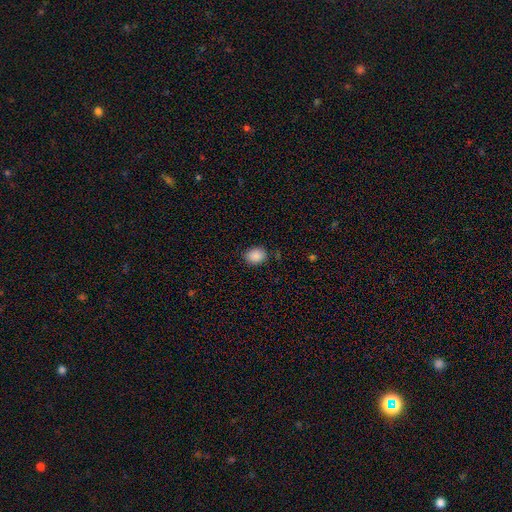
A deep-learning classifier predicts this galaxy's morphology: Smooth or featured?
  - smooth: 88% *
  - star or artifact: 8%
  - featured or disk: 3%
How rounded?
  - in between: 51% *
  - round: 48%
  - cigar-shaped: 1%
Merging?
  - none: 84% *
  - minor disturbance: 11%
  - major disturbance: 3%
  - merger: 1%